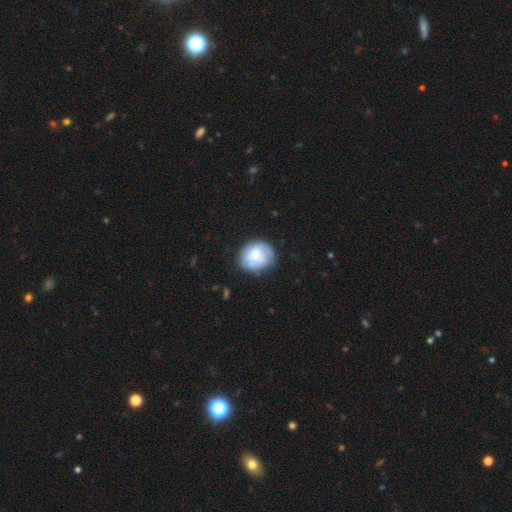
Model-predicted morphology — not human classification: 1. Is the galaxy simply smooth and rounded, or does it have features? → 65% smooth, 28% featured or disk, 7% star or artifact.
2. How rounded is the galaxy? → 72% round, 28% in between, 1% cigar-shaped.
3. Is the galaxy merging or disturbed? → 71% none, 20% minor disturbance, 7% major disturbance, 2% merger.